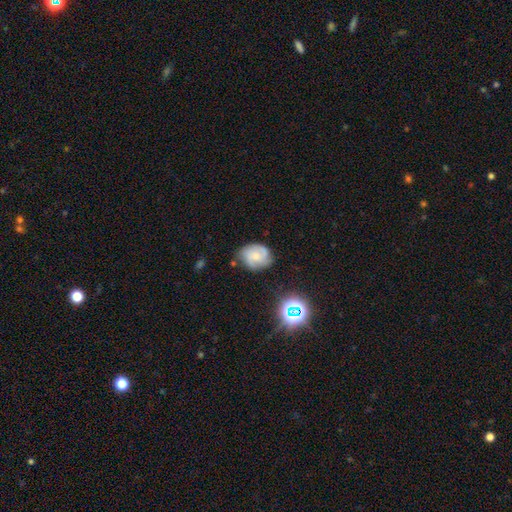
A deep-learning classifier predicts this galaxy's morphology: Smooth or featured: featured or disk — 53% (smooth — 36%)
Edge-on disk: no — 97% (yes — 3%)
Bar: no — 73% (weak — 23%)
Spiral arms: yes — 87% (no — 13%)
Bulge size: small — 53% (moderate — 37%)
Merging: none — 66% (minor disturbance — 25%)